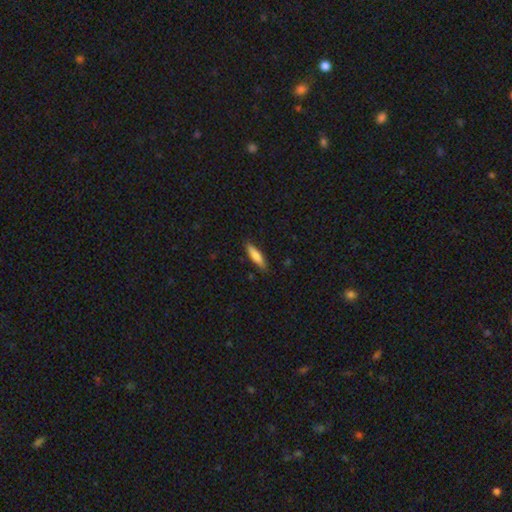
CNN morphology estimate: smooth-or-featured: smooth: 78% | featured or disk: 17% | star or artifact: 6%
  how-rounded: cigar-shaped: 73% | in between: 26% | round: 1%
  merging: none: 84% | minor disturbance: 12% | major disturbance: 2% | merger: 1%